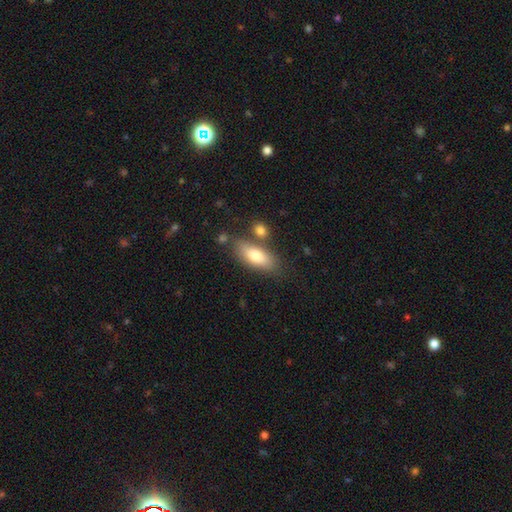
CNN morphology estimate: A smooth galaxy with no disk features (76%) that is in between round and cigar-shaped (76%). Merging: none (70%).